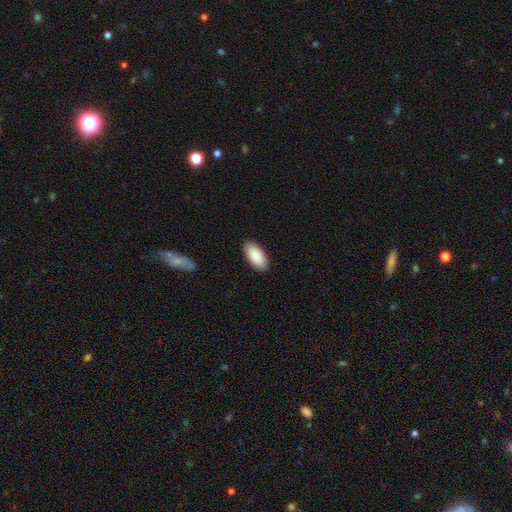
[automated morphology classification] A smooth galaxy with no disk features (90%) that is in between round and cigar-shaped (92%). Merging: none (89%).